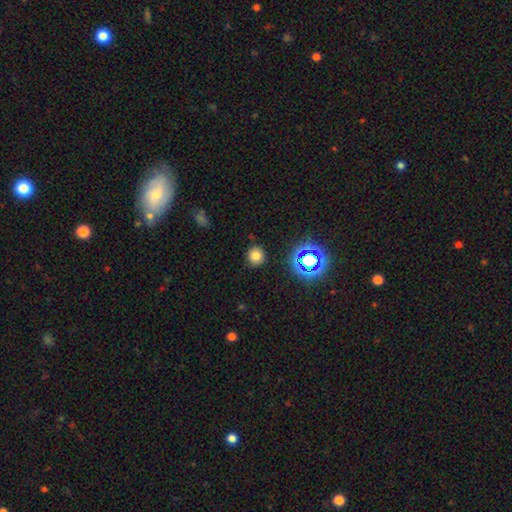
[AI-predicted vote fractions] Smooth or featured? smooth (74%)
How rounded? round (88%)
Merging? none (88%)